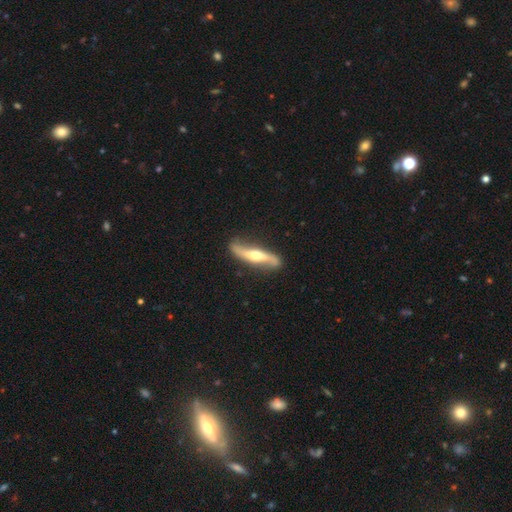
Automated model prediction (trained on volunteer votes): Smooth or featured: featured or disk — 77% (smooth — 19%)
Edge-on disk: no — 53% (yes — 47%)
Merging: none — 76% (minor disturbance — 17%)